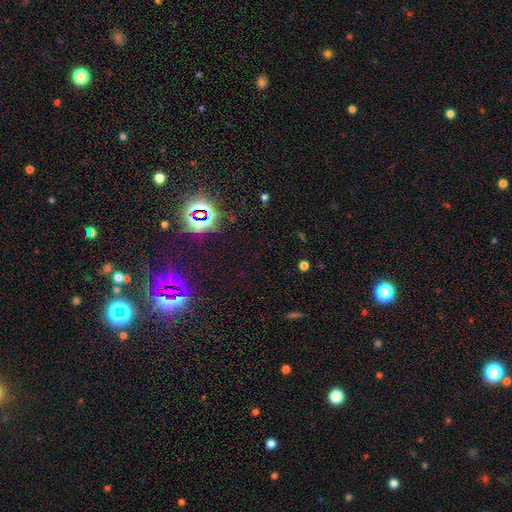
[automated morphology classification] This is likely a star or artifact rather than a galaxy (70%).